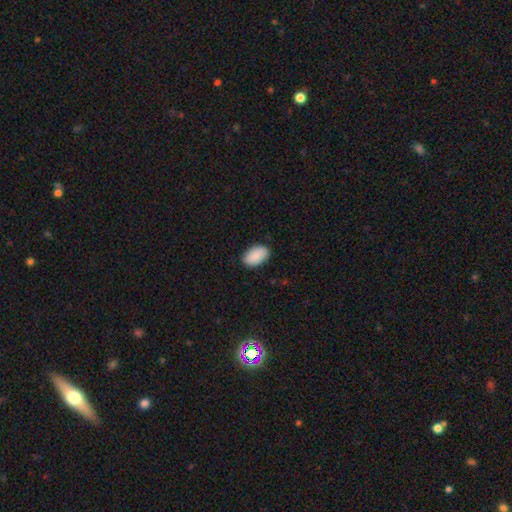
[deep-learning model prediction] A smooth galaxy with no disk features (91%) that is in between round and cigar-shaped (94%). Merging: none (87%).